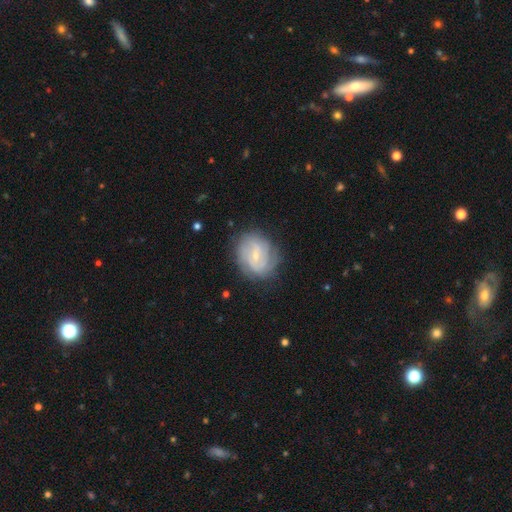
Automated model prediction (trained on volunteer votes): Smooth or featured?
  - featured or disk: 67% *
  - smooth: 26%
  - star or artifact: 7%
Edge-on disk?
  - no: 97% *
  - yes: 3%
Bar?
  - weak: 49% *
  - no: 39%
  - strong: 11%
Spiral arms?
  - yes: 84% *
  - no: 16%
Spiral winding?
  - tight: 52% *
  - medium: 34%
  - loose: 14%
Spiral arm count?
  - can't tell: 42% *
  - 2: 33%
  - 3: 11%
  - 4: 6%
  - 1: 4%
  - more than 4: 4%
Bulge size?
  - small: 76% *
  - moderate: 19%
  - none: 3%
  - large: 1%
  - dominant: 1%
Merging?
  - none: 75% *
  - minor disturbance: 17%
  - major disturbance: 6%
  - merger: 1%